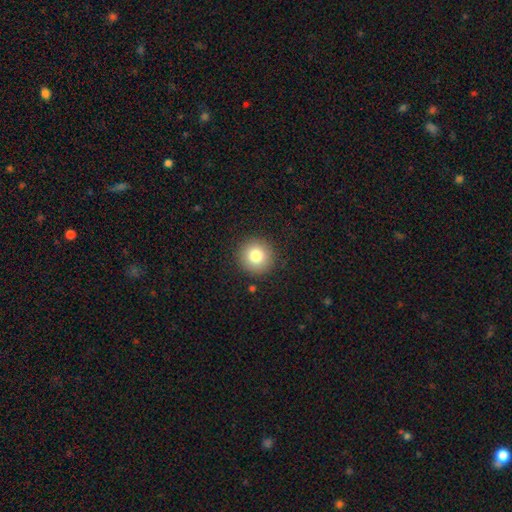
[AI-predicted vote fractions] This is clearly a smooth galaxy (81%). How rounded: clearly round (95%). Merging: clearly none (91%).